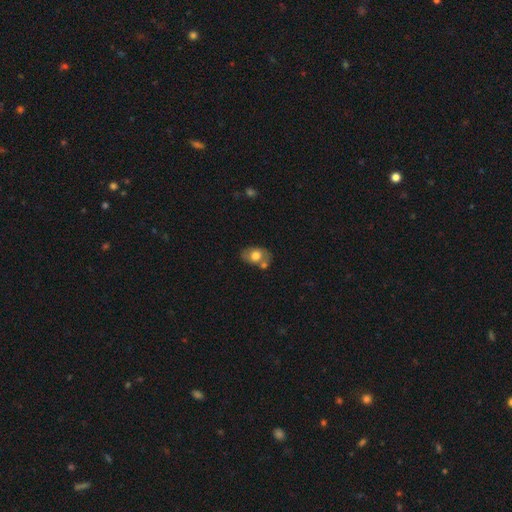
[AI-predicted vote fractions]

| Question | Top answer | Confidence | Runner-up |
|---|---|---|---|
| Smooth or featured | smooth | 61% | featured or disk (31%) |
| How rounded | in between | 77% | round (22%) |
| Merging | none | 55% | merger (21%) |